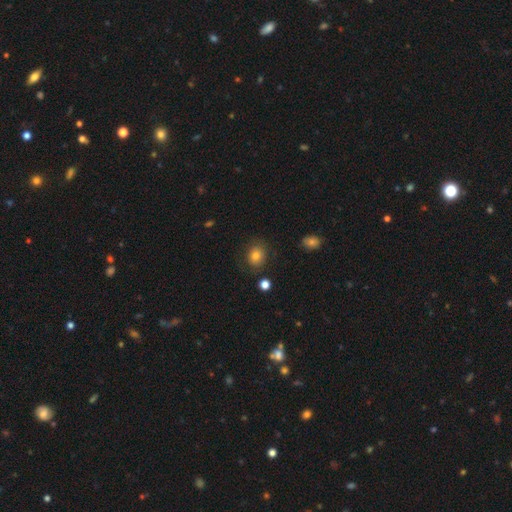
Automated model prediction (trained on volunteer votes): A smooth galaxy with no disk features (80%) that is round (61%).

Vote fractions:
- Smooth or featured? smooth: 80% / star or artifact: 11% / featured or disk: 9%
- How rounded? round: 61% / in between: 39% / cigar-shaped: 1%
- Merging? none: 80% / minor disturbance: 13% / major disturbance: 5% / merger: 2%